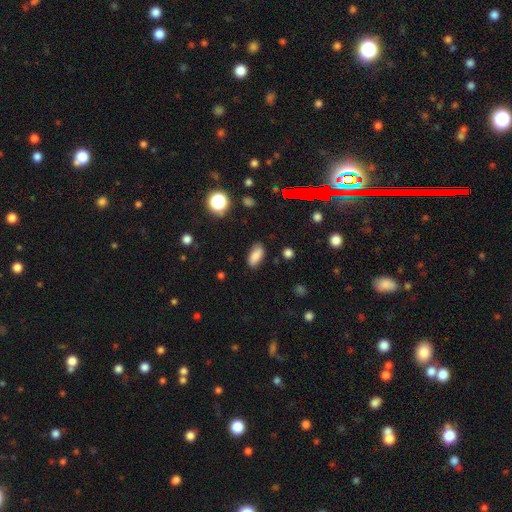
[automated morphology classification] Overall: smooth (84%). How rounded: in between (85%). Merging: none (84%).